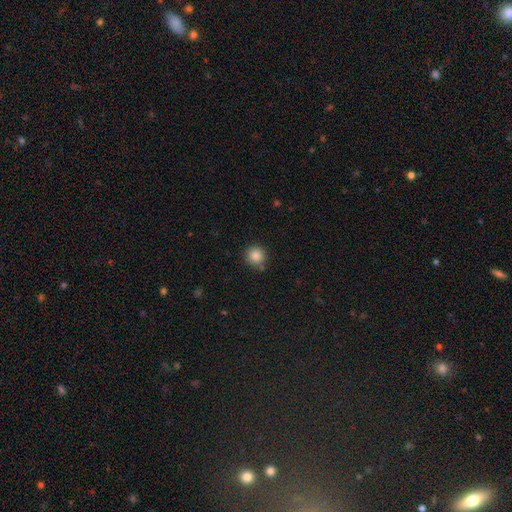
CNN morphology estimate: Overall: smooth (86%). How rounded: round (93%). Merging: none (83%).